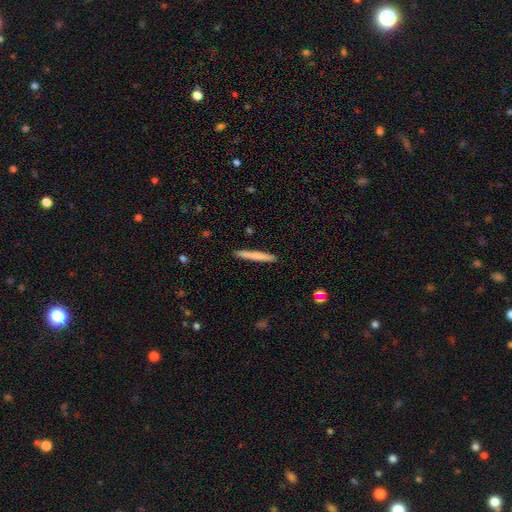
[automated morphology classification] This is likely a smooth galaxy (68%). How rounded: clearly cigar-shaped (97%). Merging: clearly none (92%).